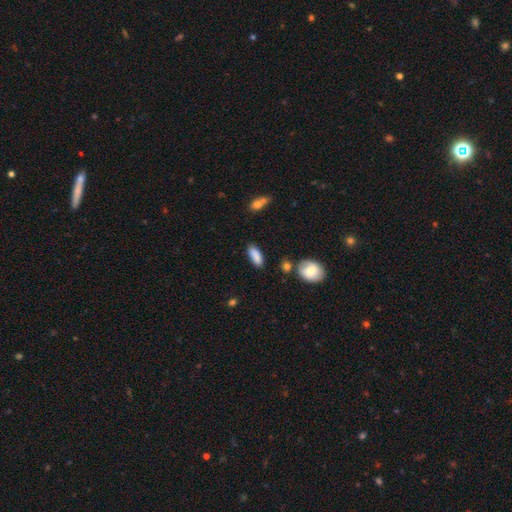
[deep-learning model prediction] Smooth or featured: smooth — 85% (star or artifact — 7%)
How rounded: in between — 74% (cigar-shaped — 24%)
Merging: none — 79% (minor disturbance — 13%)